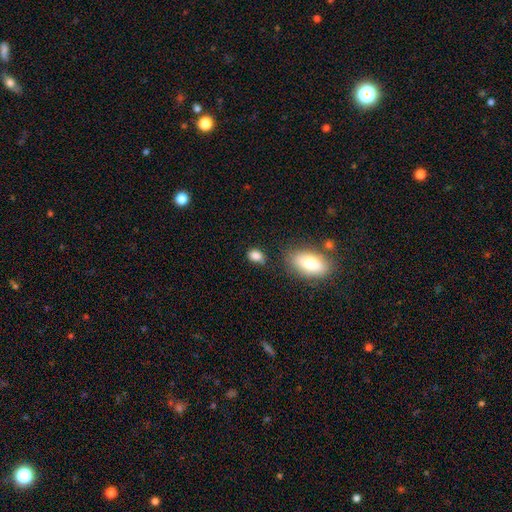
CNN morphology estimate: The model was most divided on "merging": none: 63%, minor disturbance: 22%, merger: 8%, major disturbance: 7%. More confident: smooth or featured — smooth (84%); how rounded — in between (72%).